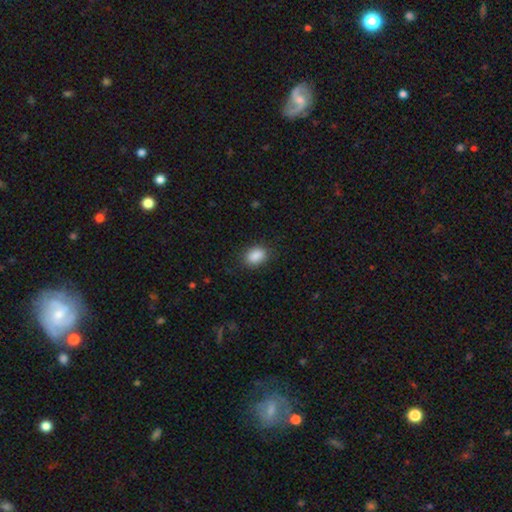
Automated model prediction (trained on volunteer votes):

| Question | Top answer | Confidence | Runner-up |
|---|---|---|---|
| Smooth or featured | smooth | 89% | star or artifact (8%) |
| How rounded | in between | 77% | round (21%) |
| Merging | none | 84% | minor disturbance (12%) |